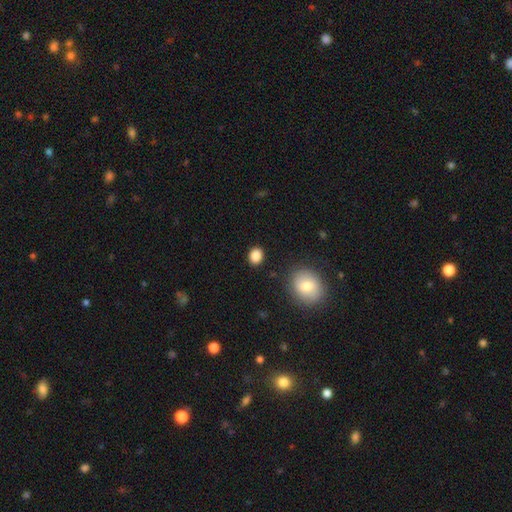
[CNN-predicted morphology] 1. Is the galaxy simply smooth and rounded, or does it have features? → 86% smooth, 10% star or artifact, 4% featured or disk.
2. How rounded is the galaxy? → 56% round, 43% in between, 1% cigar-shaped.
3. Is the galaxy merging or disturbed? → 88% none, 8% minor disturbance, 2% major disturbance, 2% merger.